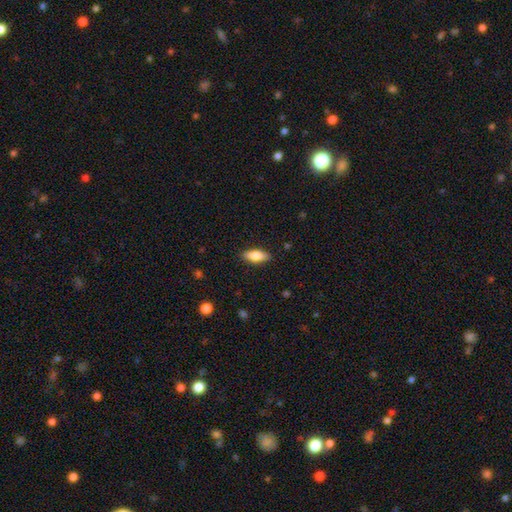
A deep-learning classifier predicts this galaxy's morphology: Smooth or featured? Predicted: smooth (p=0.76). How rounded? Predicted: in between (p=0.77). Merging? Predicted: none (p=0.88).